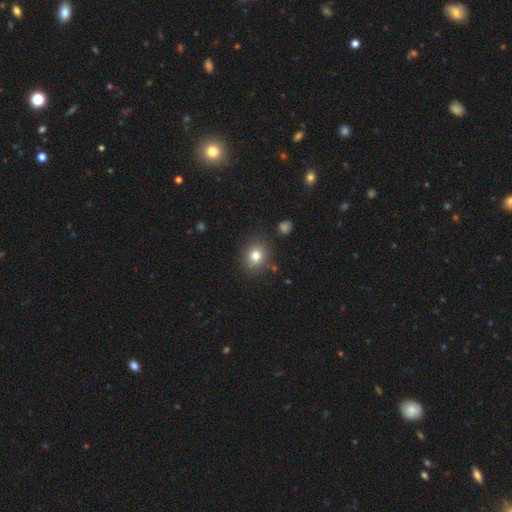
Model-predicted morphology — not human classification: A smooth galaxy with no disk features (78%) that is round (75%). Merging: none (85%).